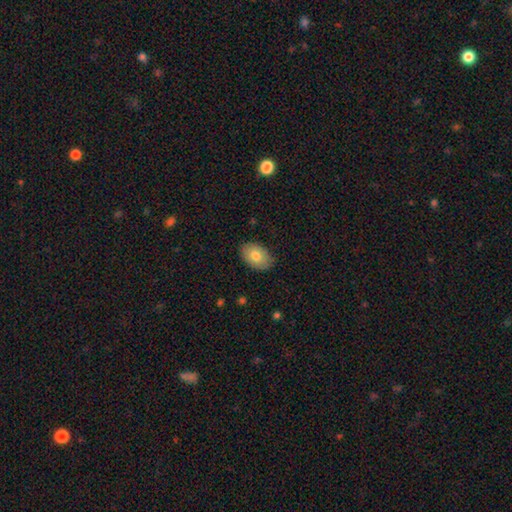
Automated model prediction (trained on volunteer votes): Smooth or featured? Predicted: smooth (p=0.78). How rounded? Predicted: in between (p=0.87). Merging? Predicted: none (p=0.83).